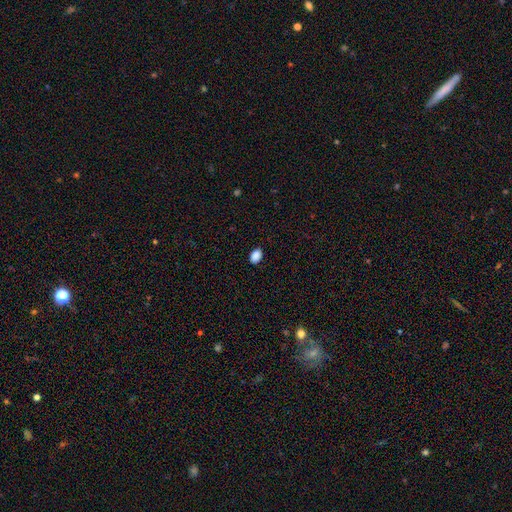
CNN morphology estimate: smooth-or-featured: smooth: 89% | star or artifact: 9% | featured or disk: 3%
  how-rounded: in between: 84% | round: 15% | cigar-shaped: 1%
  merging: none: 87% | minor disturbance: 10% | major disturbance: 2% | merger: 1%